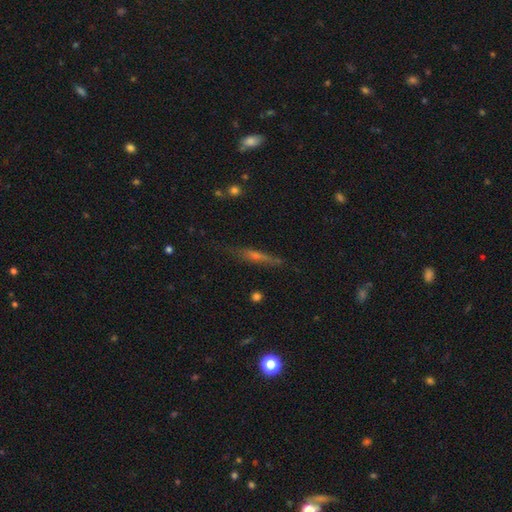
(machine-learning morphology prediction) smooth_or_featured: featured or disk (p=0.53) [alt: smooth p=0.32]
disk_edge_on: yes (p=0.91) [alt: no p=0.09]
merging: none (p=0.79) [alt: minor disturbance p=0.14]